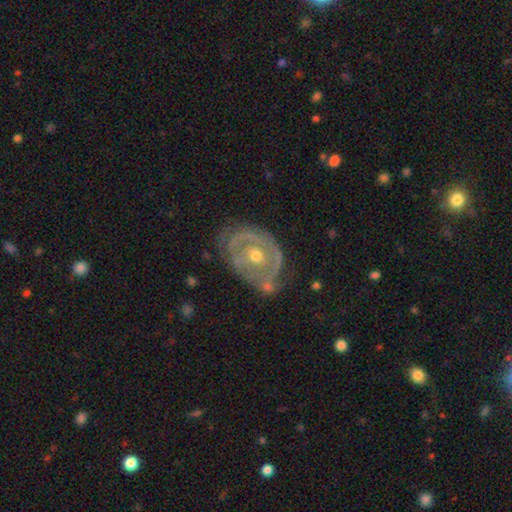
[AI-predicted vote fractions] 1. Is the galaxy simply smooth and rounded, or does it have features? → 81% featured or disk, 14% smooth, 5% star or artifact.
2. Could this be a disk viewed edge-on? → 96% no, 4% yes.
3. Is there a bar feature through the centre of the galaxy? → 74% no, 20% weak, 6% strong.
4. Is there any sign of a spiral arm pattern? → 66% yes, 34% no.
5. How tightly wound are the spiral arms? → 62% tight, 27% medium, 11% loose.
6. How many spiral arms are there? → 38% 2, 31% can't tell, 17% 1, 8% 3, 3% 4, 3% more than 4.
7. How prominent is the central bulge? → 67% moderate, 29% small, 2% large, 1% none, 1% dominant.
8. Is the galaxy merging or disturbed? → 56% none, 26% minor disturbance, 12% major disturbance, 5% merger.